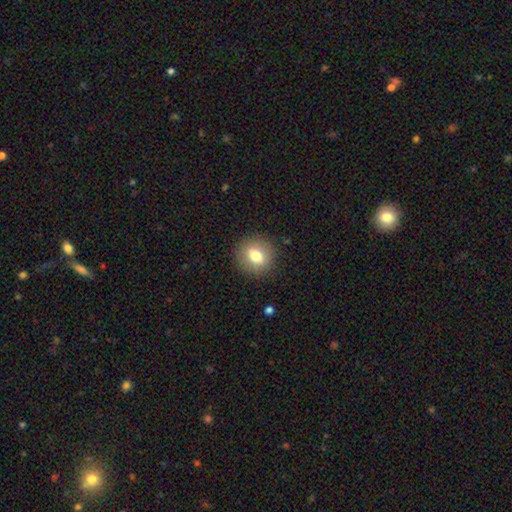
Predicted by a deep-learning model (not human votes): Smooth or featured? smooth (75%)
How rounded? round (80%)
Merging? none (88%)